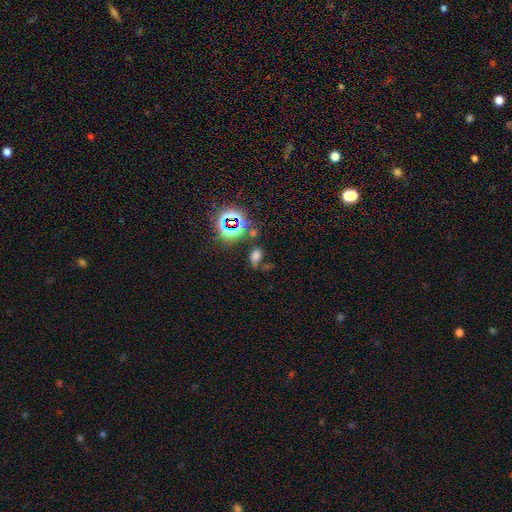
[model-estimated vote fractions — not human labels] smooth 54%, star or artifact 34%, featured or disk 12%. Down the decision tree: how rounded — in between (82%); merging — none (49%).